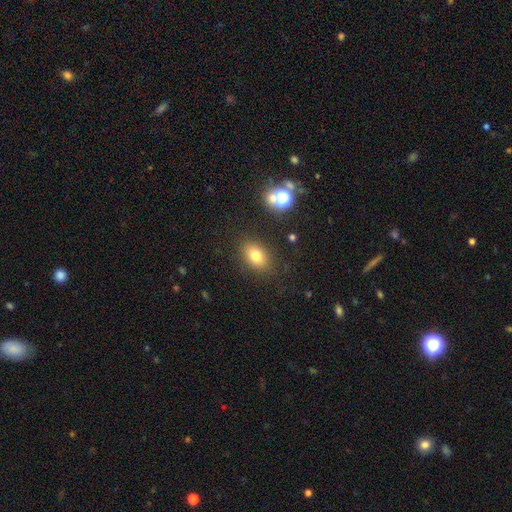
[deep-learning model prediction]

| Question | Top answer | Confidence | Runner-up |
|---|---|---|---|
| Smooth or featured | smooth | 78% | star or artifact (12%) |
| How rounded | in between | 80% | round (19%) |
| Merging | none | 84% | minor disturbance (10%) |